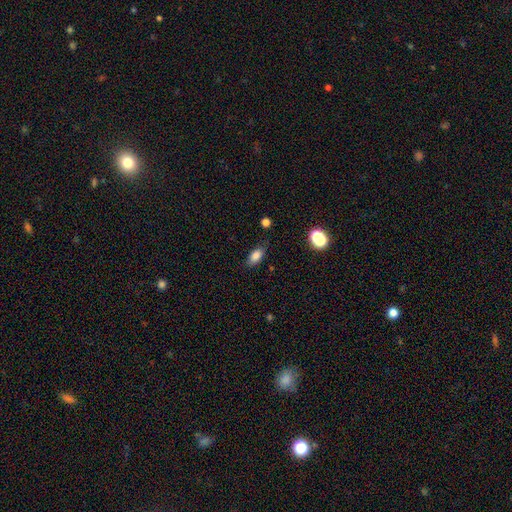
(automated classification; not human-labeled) Smooth or featured?
  - smooth: 83% *
  - star or artifact: 9%
  - featured or disk: 8%
How rounded?
  - in between: 87% *
  - cigar-shaped: 7%
  - round: 6%
Merging?
  - none: 78% *
  - minor disturbance: 17%
  - major disturbance: 4%
  - merger: 2%